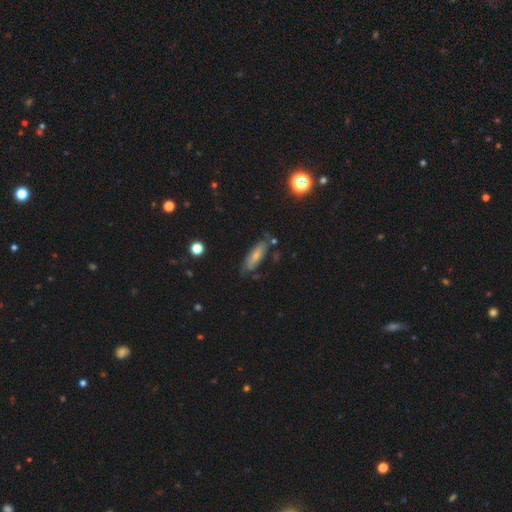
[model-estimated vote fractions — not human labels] Smooth or featured?
  - smooth: 57% *
  - featured or disk: 35%
  - star or artifact: 8%
How rounded?
  - in between: 56% *
  - cigar-shaped: 42%
  - round: 3%
Merging?
  - none: 66% *
  - minor disturbance: 23%
  - major disturbance: 7%
  - merger: 4%